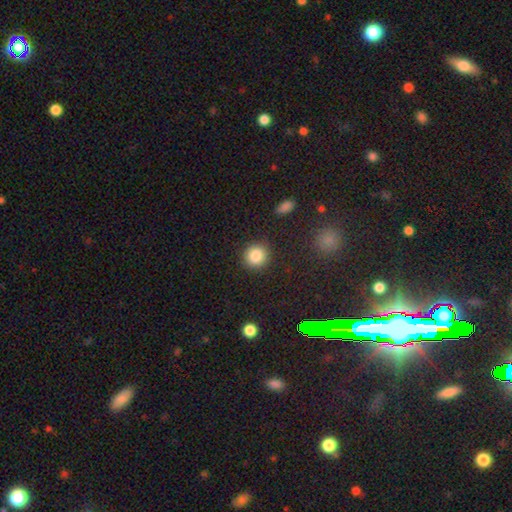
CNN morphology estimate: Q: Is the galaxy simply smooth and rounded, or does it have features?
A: smooth — 86%.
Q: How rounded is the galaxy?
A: round — 91%.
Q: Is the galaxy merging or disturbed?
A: none — 89%.